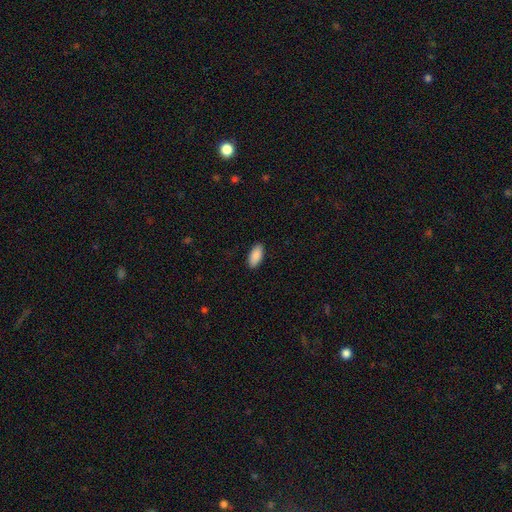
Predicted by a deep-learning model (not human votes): This is clearly a smooth galaxy (90%). How rounded: clearly in between (91%). Merging: clearly none (90%).